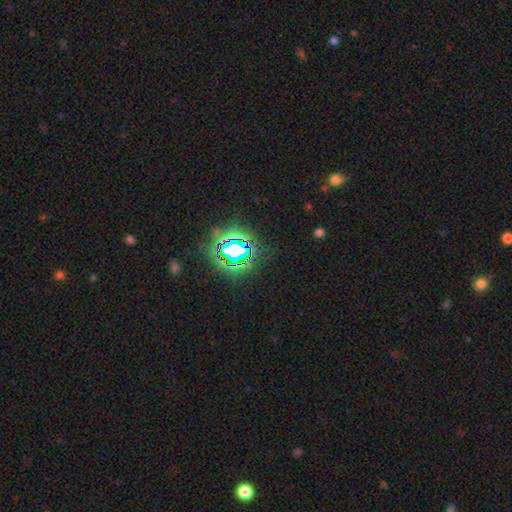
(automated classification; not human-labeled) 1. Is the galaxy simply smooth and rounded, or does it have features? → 82% star or artifact, 12% smooth, 6% featured or disk.